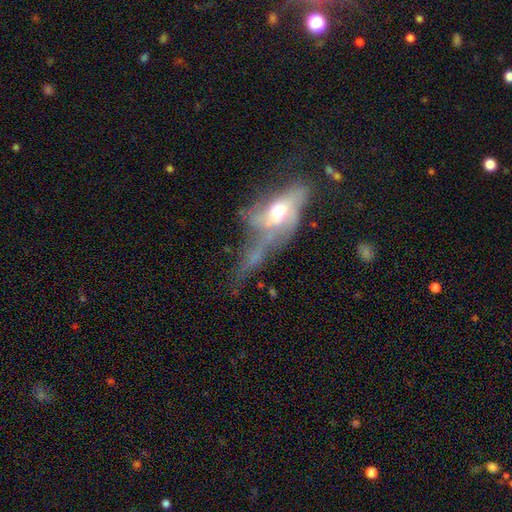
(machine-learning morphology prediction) Smooth or featured?
  - featured or disk: 60% *
  - smooth: 28%
  - star or artifact: 12%
Edge-on disk?
  - no: 74% *
  - yes: 26%
Merging?
  - major disturbance: 41% *
  - merger: 27%
  - none: 18%
  - minor disturbance: 14%